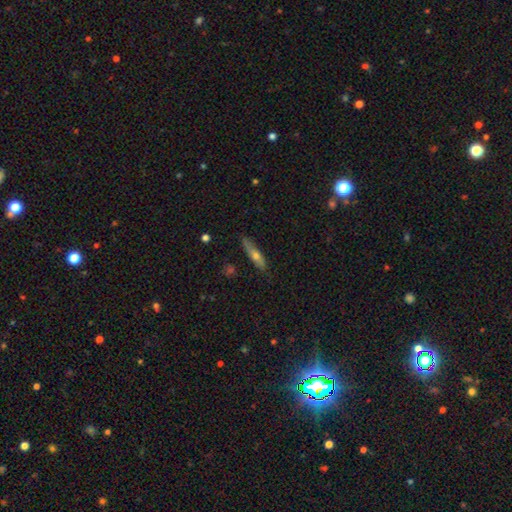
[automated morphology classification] smooth-or-featured: smooth: 53% | featured or disk: 40% | star or artifact: 7%
  how-rounded: cigar-shaped: 81% | in between: 16% | round: 2%
  merging: none: 81% | minor disturbance: 15% | major disturbance: 3% | merger: 2%